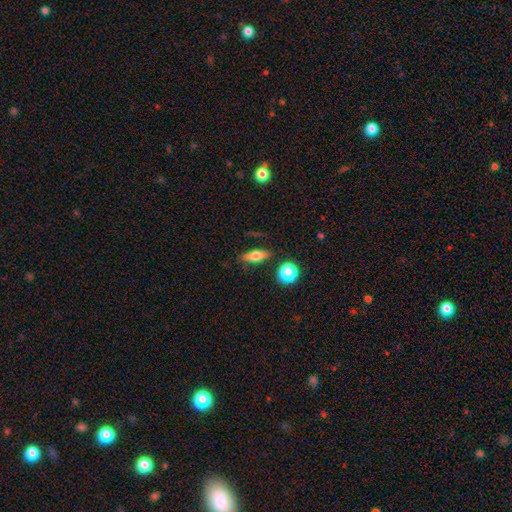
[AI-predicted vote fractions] Q: Smooth or featured?
A: smooth (67%); runner-up: featured or disk (23%)
Q: How rounded?
A: in between (61%); runner-up: cigar-shaped (31%)
Q: Merging?
A: none (83%); runner-up: minor disturbance (11%)